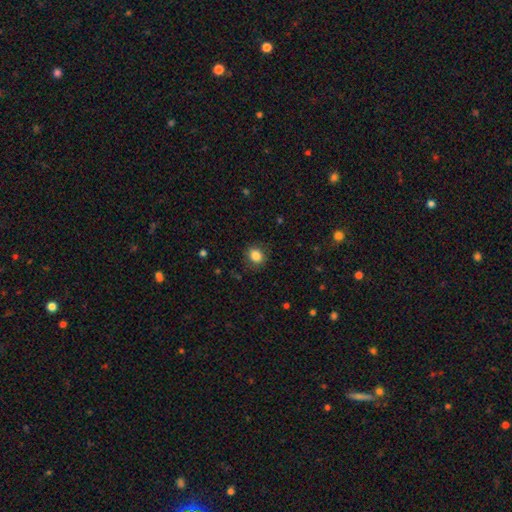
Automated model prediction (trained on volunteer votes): Overall: smooth (85%). How rounded: round (62%; in between 37%). Merging: none (83%).